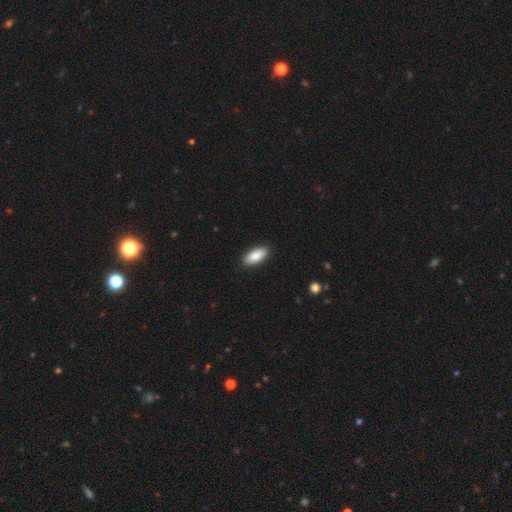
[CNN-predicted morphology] Smooth or featured? Predicted: smooth (p=0.88). How rounded? Predicted: in between (p=0.87). Merging? Predicted: none (p=0.89).